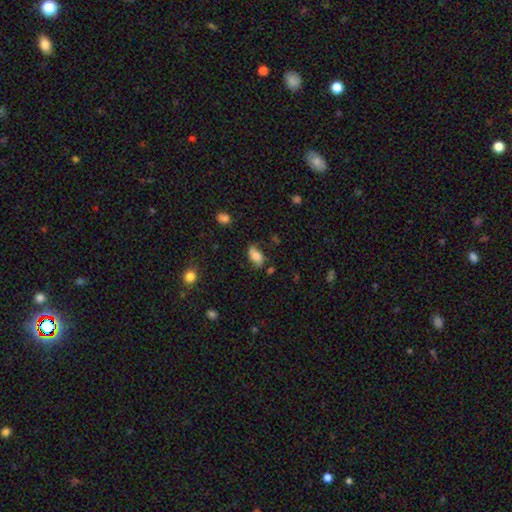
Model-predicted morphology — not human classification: Smooth or featured?
  - smooth: 68% *
  - featured or disk: 23%
  - star or artifact: 9%
How rounded?
  - in between: 90% *
  - round: 6%
  - cigar-shaped: 4%
Merging?
  - none: 65% *
  - minor disturbance: 25%
  - major disturbance: 7%
  - merger: 3%